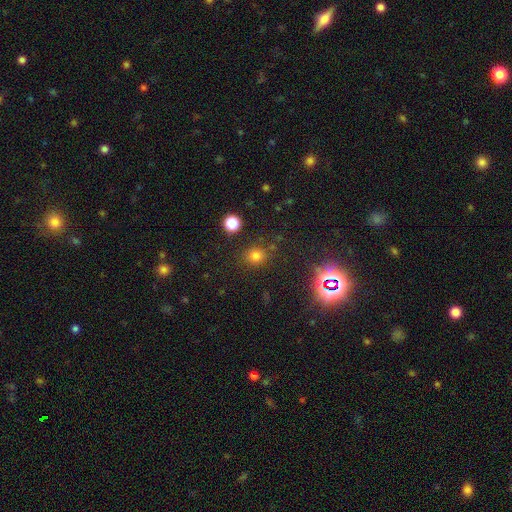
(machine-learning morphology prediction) A smooth galaxy with no disk features (73%) that is round (84%).

Vote fractions:
- Smooth or featured? smooth: 73% / star or artifact: 21% / featured or disk: 6%
- How rounded? round: 84% / in between: 15% / cigar-shaped: 1%
- Merging? none: 83% / minor disturbance: 10% / major disturbance: 4% / merger: 4%